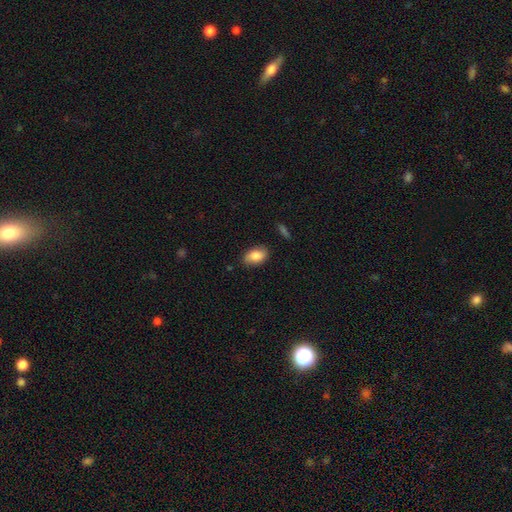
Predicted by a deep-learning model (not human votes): A smooth galaxy with no disk features (80%) that is in between round and cigar-shaped (90%).

Vote fractions:
- Smooth or featured? smooth: 80% / featured or disk: 13% / star or artifact: 7%
- How rounded? in between: 90% / round: 8% / cigar-shaped: 2%
- Merging? none: 80% / minor disturbance: 15% / major disturbance: 3% / merger: 2%